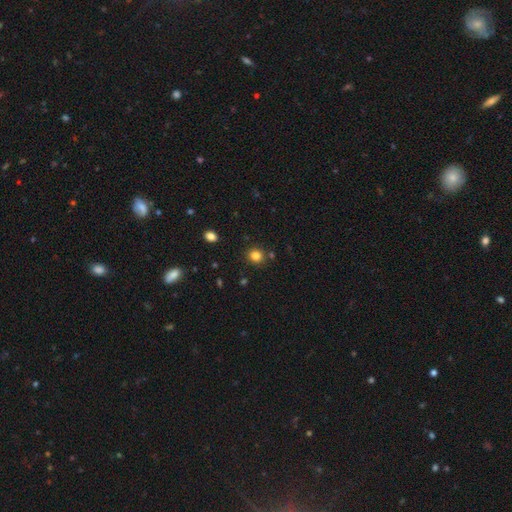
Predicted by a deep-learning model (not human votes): Smooth or featured: smooth — 81% (star or artifact — 13%)
How rounded: round — 86% (in between — 14%)
Merging: none — 85% (minor disturbance — 8%)